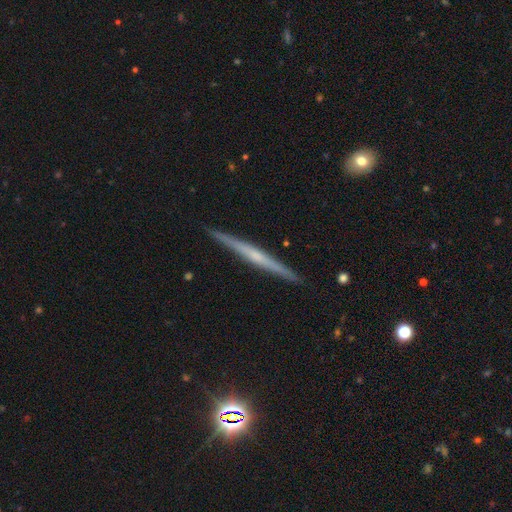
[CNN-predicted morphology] Smooth or featured: featured or disk — 70% (smooth — 24%)
Edge-on disk: yes — 98% (no — 2%)
Edge-on bulge: none — 49% (rounded — 41%)
Merging: none — 92% (minor disturbance — 6%)